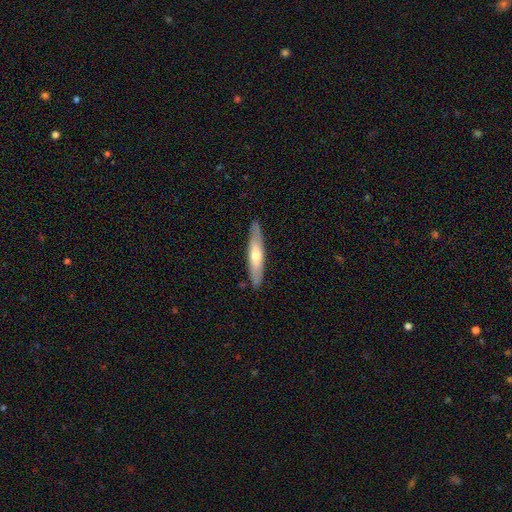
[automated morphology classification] Smooth or featured?
  - smooth: 50% *
  - featured or disk: 45%
  - star or artifact: 5%
Merging?
  - none: 86% *
  - minor disturbance: 10%
  - major disturbance: 2%
  - merger: 1%